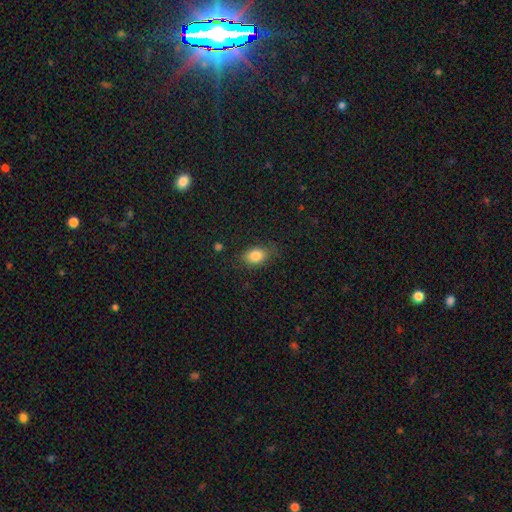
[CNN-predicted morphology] smooth 84%, star or artifact 9%, featured or disk 7%. Down the decision tree: how rounded — in between (79%); merging — none (77%).